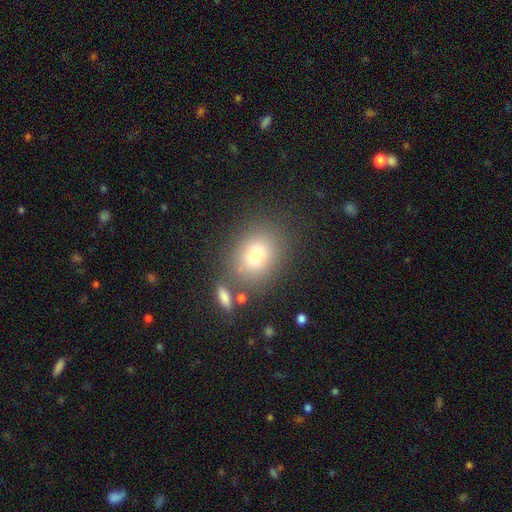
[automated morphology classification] Q: Smooth or featured?
A: smooth (73%); runner-up: star or artifact (14%)
Q: How rounded?
A: round (57%); runner-up: in between (42%)
Q: Merging?
A: none (74%); runner-up: minor disturbance (12%)